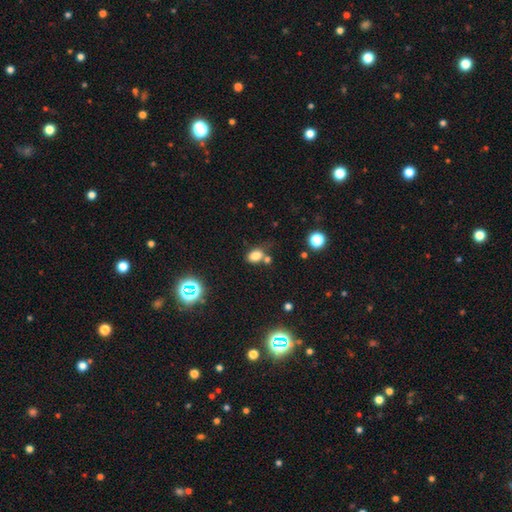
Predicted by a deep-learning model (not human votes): smooth_or_featured: smooth (p=0.77) [alt: star or artifact p=0.15]
how_rounded: in between (p=0.73) [alt: round p=0.26]
merging: none (p=0.56) [alt: merger p=0.21]